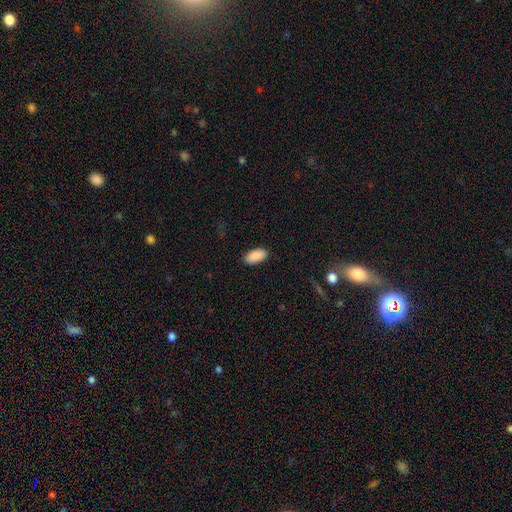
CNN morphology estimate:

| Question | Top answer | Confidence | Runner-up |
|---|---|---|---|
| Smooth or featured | smooth | 91% | star or artifact (6%) |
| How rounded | in between | 94% | cigar-shaped (4%) |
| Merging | none | 88% | minor disturbance (9%) |